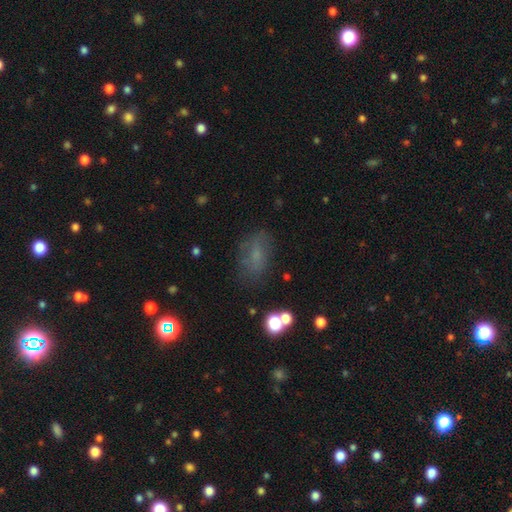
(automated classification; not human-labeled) smooth 58%, featured or disk 23%, star or artifact 19%. Down the decision tree: how rounded — in between (85%); merging — none (68%).